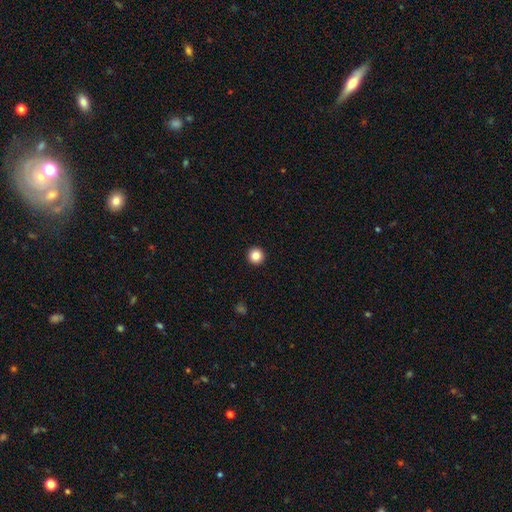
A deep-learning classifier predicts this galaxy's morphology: Smooth or featured?
  - smooth: 85% *
  - star or artifact: 10%
  - featured or disk: 4%
How rounded?
  - round: 97% *
  - in between: 3%
  - cigar-shaped: 1%
Merging?
  - none: 94% *
  - minor disturbance: 3%
  - major disturbance: 1%
  - merger: 1%